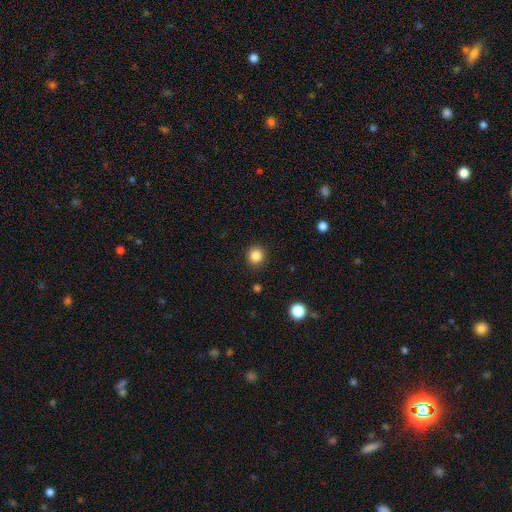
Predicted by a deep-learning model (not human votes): smooth 84%, star or artifact 12%, featured or disk 4%. Down the decision tree: how rounded — round (92%); merging — none (91%).